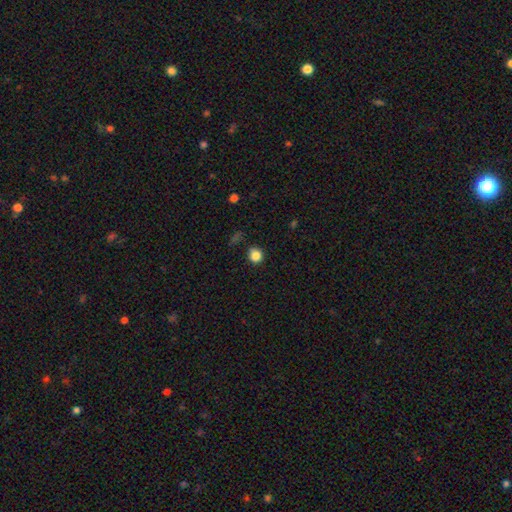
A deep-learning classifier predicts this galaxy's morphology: This is clearly a smooth galaxy (84%). How rounded: clearly round (87%). Merging: likely none (80%).